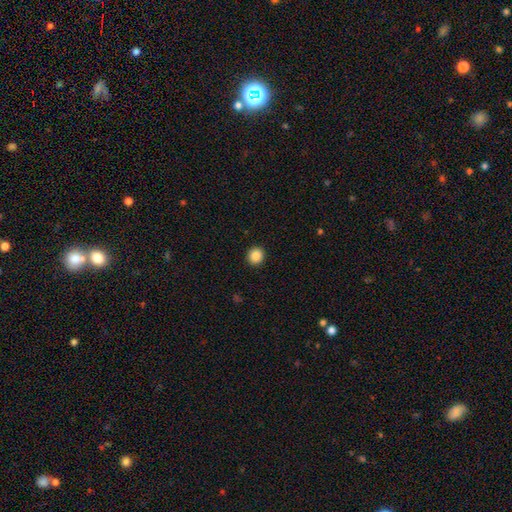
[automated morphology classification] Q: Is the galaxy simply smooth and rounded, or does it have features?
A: smooth — 87%.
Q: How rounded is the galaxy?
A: round — 89%.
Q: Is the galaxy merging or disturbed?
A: none — 93%.